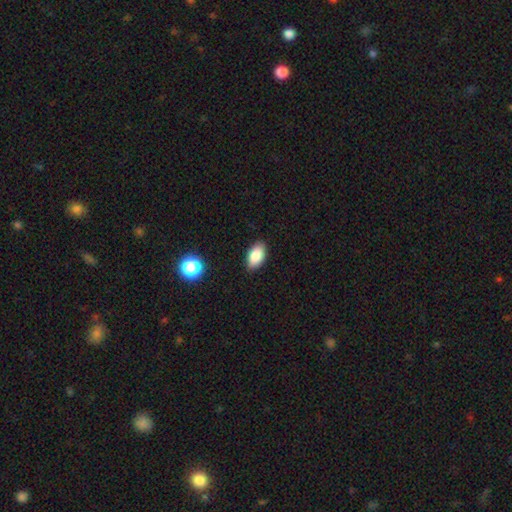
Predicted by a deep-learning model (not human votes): Smooth or featured: smooth — 86% (star or artifact — 8%)
How rounded: in between — 94% (round — 4%)
Merging: none — 88% (minor disturbance — 9%)